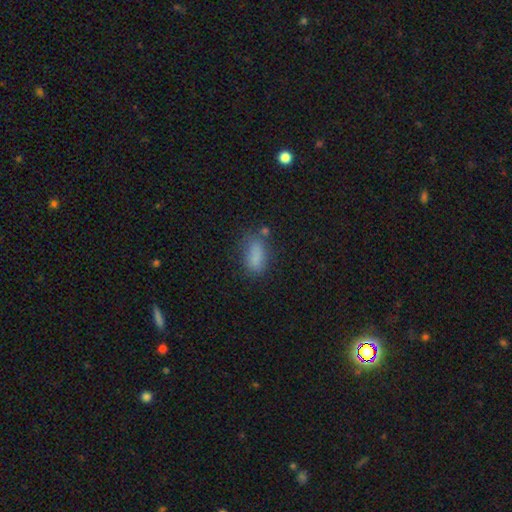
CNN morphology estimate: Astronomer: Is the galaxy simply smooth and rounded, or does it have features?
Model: smooth — 82%.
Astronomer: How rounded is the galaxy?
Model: in between — 84%.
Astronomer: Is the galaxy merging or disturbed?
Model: none — 62%.